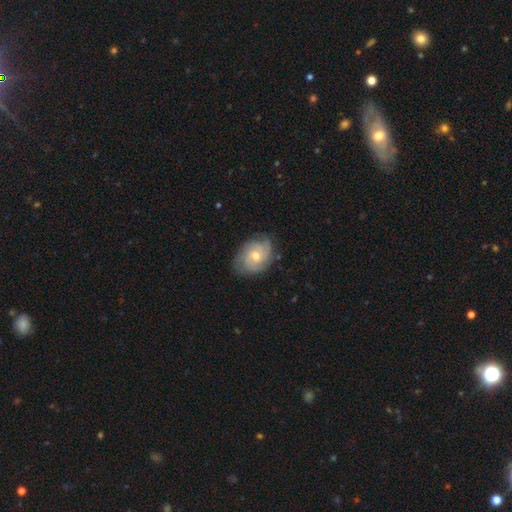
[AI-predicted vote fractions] Smooth or featured?
  - featured or disk: 73% *
  - smooth: 21%
  - star or artifact: 6%
Edge-on disk?
  - no: 97% *
  - yes: 3%
Bar?
  - no: 67% *
  - weak: 29%
  - strong: 4%
Spiral arms?
  - yes: 92% *
  - no: 8%
Spiral winding?
  - tight: 59% *
  - medium: 32%
  - loose: 9%
Spiral arm count?
  - 3: 31% *
  - can't tell: 27%
  - 2: 23%
  - 4: 10%
  - 1: 4%
  - more than 4: 4%
Bulge size?
  - moderate: 61% *
  - small: 35%
  - large: 2%
  - none: 1%
  - dominant: 1%
Merging?
  - none: 75% *
  - minor disturbance: 19%
  - major disturbance: 5%
  - merger: 1%